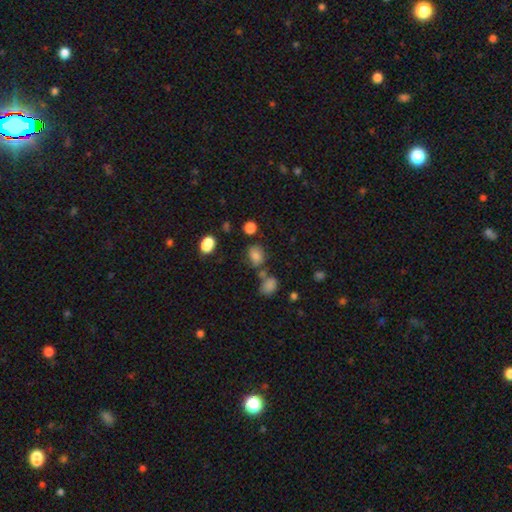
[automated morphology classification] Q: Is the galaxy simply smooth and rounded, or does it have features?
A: smooth — 78%.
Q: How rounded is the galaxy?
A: in between — 58%.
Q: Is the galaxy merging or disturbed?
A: none — 60%.